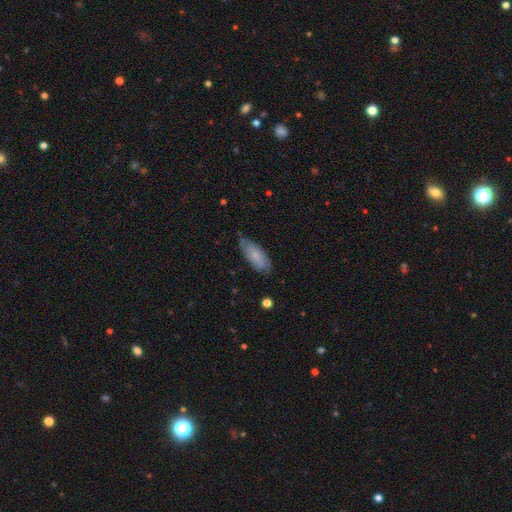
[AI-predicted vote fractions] smooth_or_featured: smooth (p=0.69) [alt: featured or disk p=0.25]
how_rounded: in between (p=0.79) [alt: cigar-shaped p=0.19]
merging: none (p=0.72) [alt: minor disturbance p=0.22]